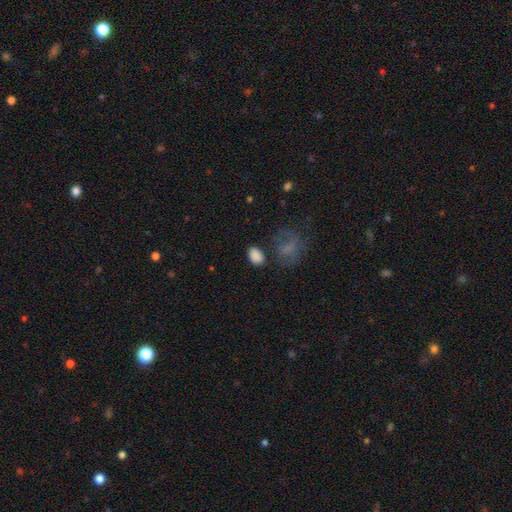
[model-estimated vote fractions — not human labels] Smooth or featured? Predicted: smooth (p=0.85). How rounded? Predicted: in between (p=0.85). Merging? Predicted: none (p=0.74).